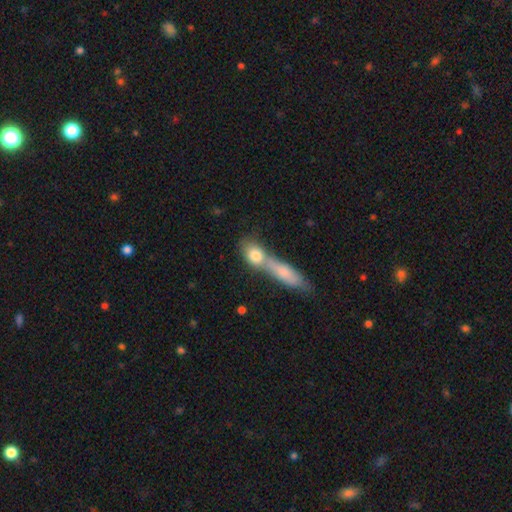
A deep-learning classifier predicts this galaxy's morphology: smooth-or-featured: smooth: 77% | featured or disk: 16% | star or artifact: 7%
  how-rounded: in between: 48% | round: 33% | cigar-shaped: 19%
  merging: merger: 53% | none: 33% | minor disturbance: 9% | major disturbance: 5%